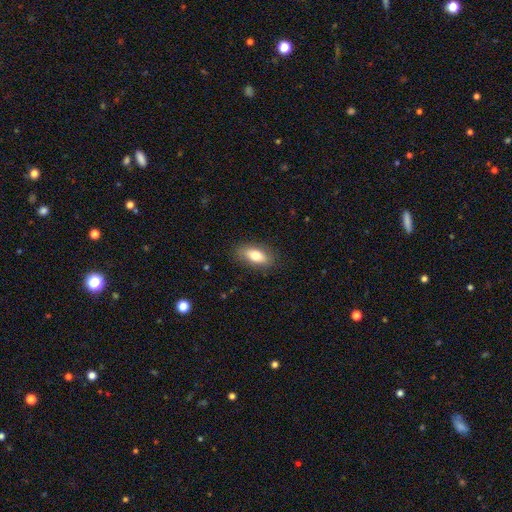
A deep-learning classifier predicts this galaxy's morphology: Smooth or featured? Predicted: smooth (p=0.76). How rounded? Predicted: in between (p=0.82). Merging? Predicted: none (p=0.84).